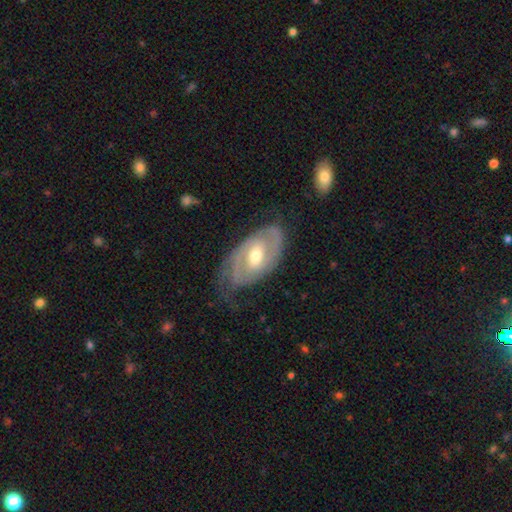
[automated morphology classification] featured or disk 82%, smooth 13%, star or artifact 5%. Down the decision tree: edge-on disk — no (94%); bar — weak (44%); spiral arms — yes (91%); spiral arm count — 2 (68%); spiral winding — tight (56%); bulge size — moderate (70%); merging — none (61%).